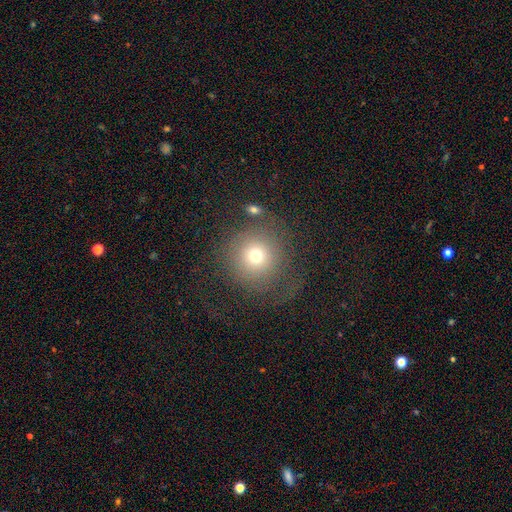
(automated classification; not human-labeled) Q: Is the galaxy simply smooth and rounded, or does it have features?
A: smooth — 69%.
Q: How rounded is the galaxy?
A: round — 93%.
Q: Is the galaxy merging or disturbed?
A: none — 65%.